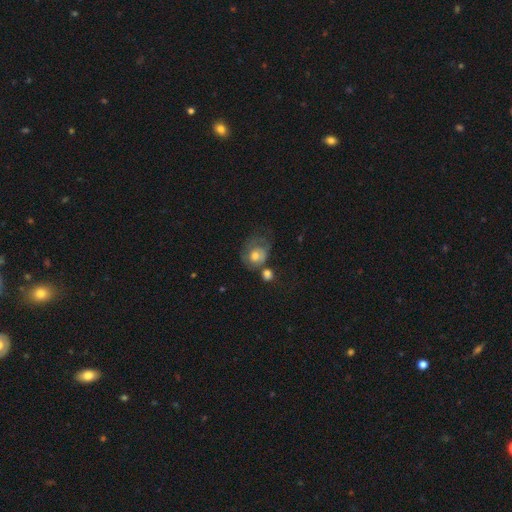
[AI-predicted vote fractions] Q: Smooth or featured?
A: smooth (53%); runner-up: featured or disk (38%)
Q: How rounded?
A: round (64%); runner-up: in between (35%)
Q: Merging?
A: none (31%); runner-up: major disturbance (26%)